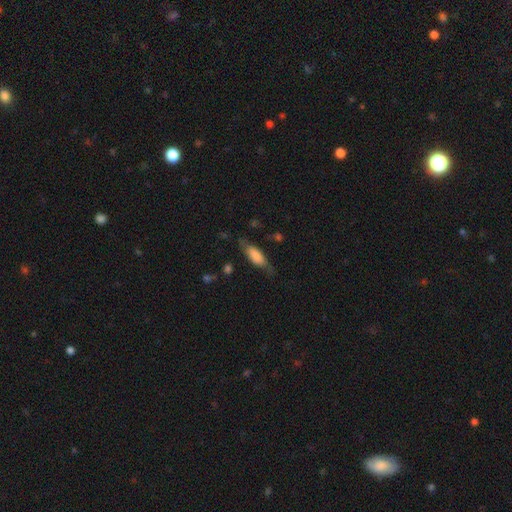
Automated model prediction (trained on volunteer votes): Morphology: type=smooth (71%); roundness=in between (71%); merging=none (62%).